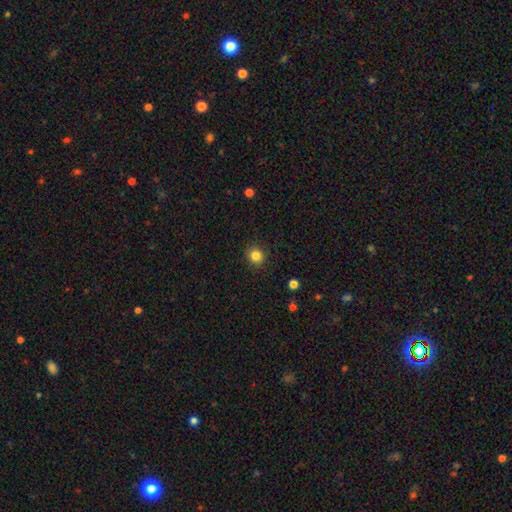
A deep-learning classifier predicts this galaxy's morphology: This is clearly a smooth galaxy (84%). How rounded: clearly round (88%). Merging: clearly none (91%).